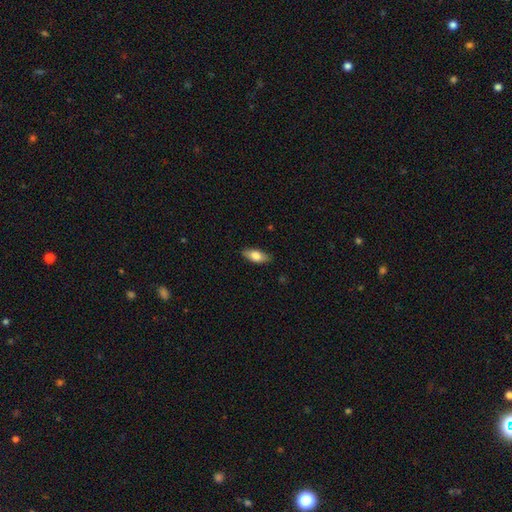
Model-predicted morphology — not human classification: smooth_or_featured: smooth (p=0.76) [alt: featured or disk p=0.18]
how_rounded: in between (p=0.82) [alt: cigar-shaped p=0.16]
merging: none (p=0.85) [alt: minor disturbance p=0.12]